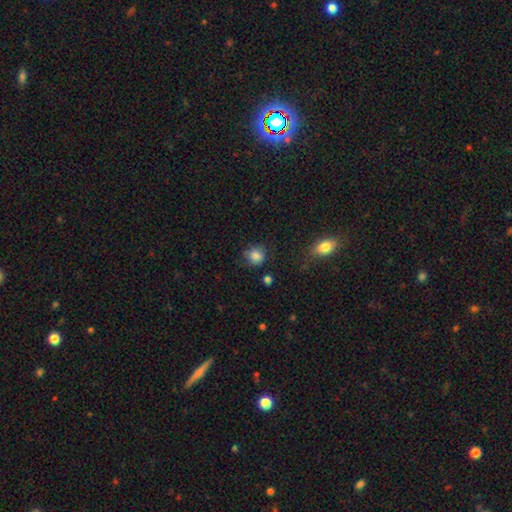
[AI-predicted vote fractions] smooth 84%, star or artifact 10%, featured or disk 6%. Down the decision tree: how rounded — round (79%); merging — none (69%).